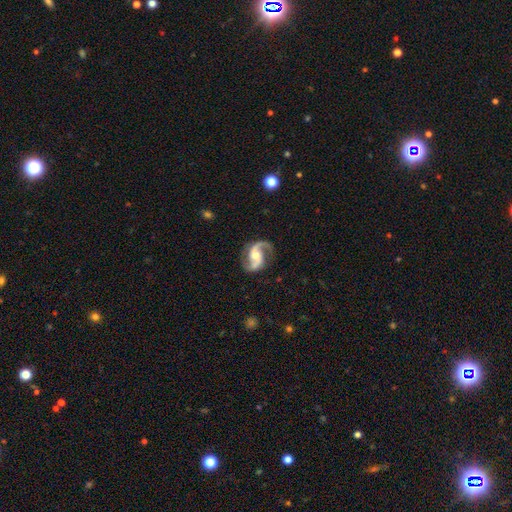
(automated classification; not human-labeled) A featured or disk galaxy (92%) with no bar (45%), 2 (93%) medium (49%) spiral arms (98%) and a moderate central bulge (59%). Merging: none (79%).